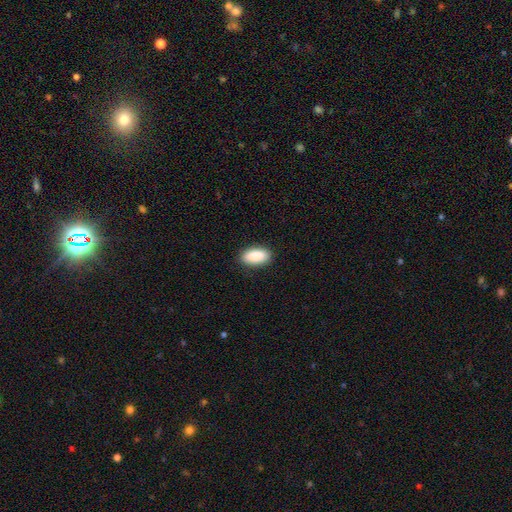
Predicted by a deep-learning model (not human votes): A smooth galaxy with no disk features (90%) that is in between round and cigar-shaped (92%). Merging: none (88%).